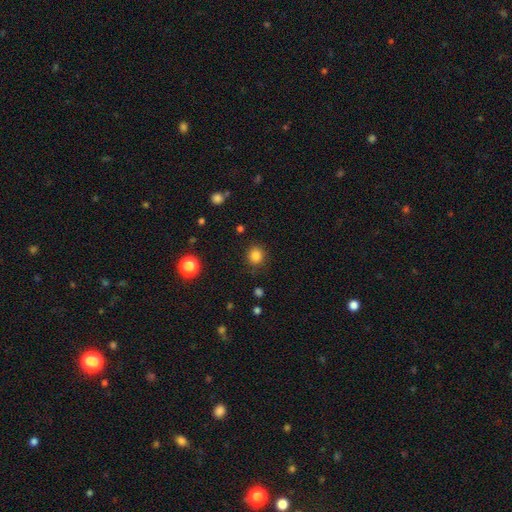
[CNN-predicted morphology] A smooth galaxy with no disk features (84%) that is round (89%). Merging: none (87%).